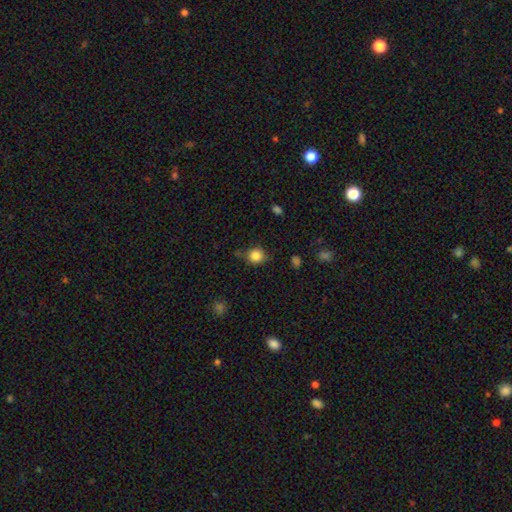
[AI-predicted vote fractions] Smooth or featured? smooth (85%)
How rounded? round (89%)
Merging? none (77%)